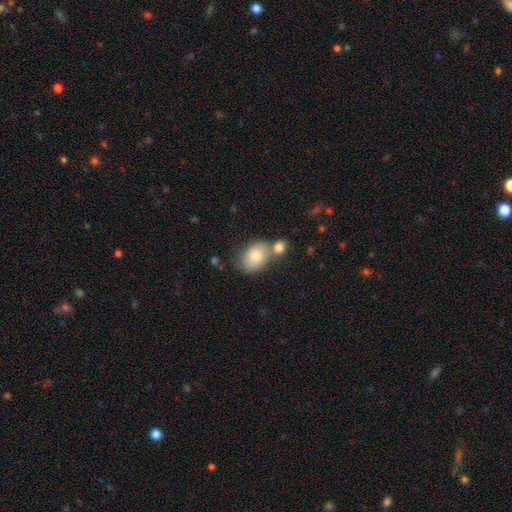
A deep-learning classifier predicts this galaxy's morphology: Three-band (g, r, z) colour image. It shows a smooth galaxy with no disk features (78%) that is in between round and cigar-shaped (73%). Merging: none (50%).